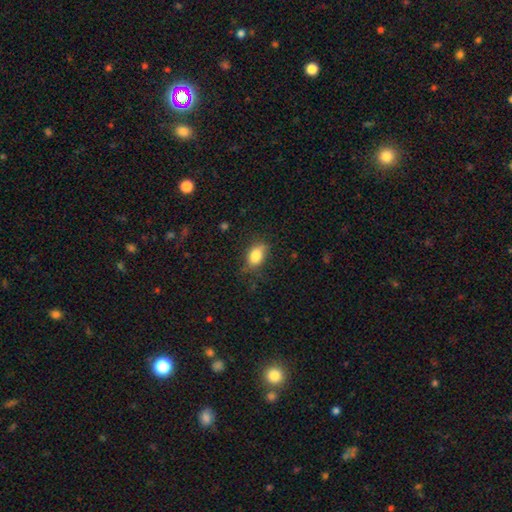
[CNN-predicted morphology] Smooth or featured? Predicted: smooth (p=0.83). How rounded? Predicted: in between (p=0.84). Merging? Predicted: none (p=0.71).